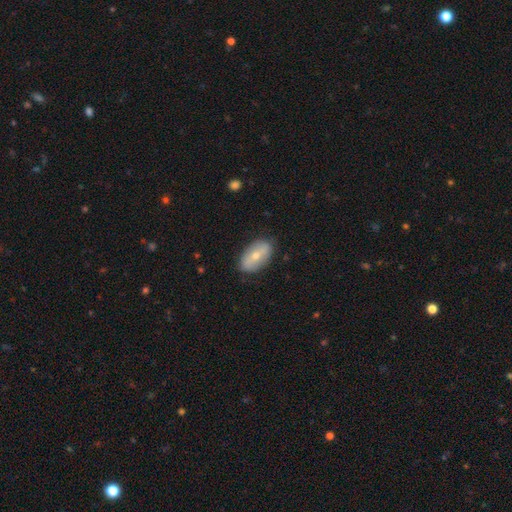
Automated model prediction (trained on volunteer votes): A smooth galaxy with no disk features (57%) that is in between round and cigar-shaped (92%). Merging: none (84%).